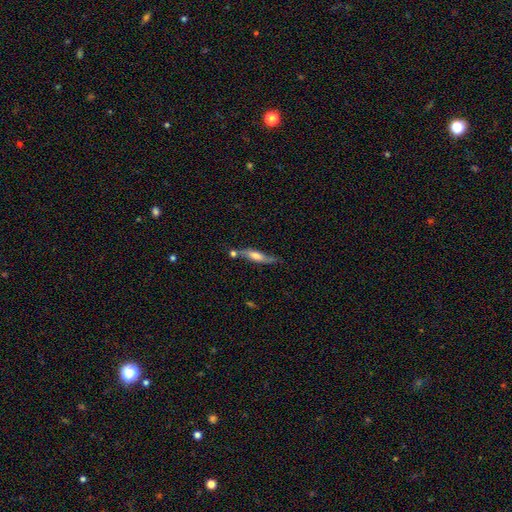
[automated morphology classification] smooth-or-featured: featured or disk: 47% | smooth: 46% | star or artifact: 7%
  merging: none: 55% | minor disturbance: 21% | merger: 17% | major disturbance: 7%